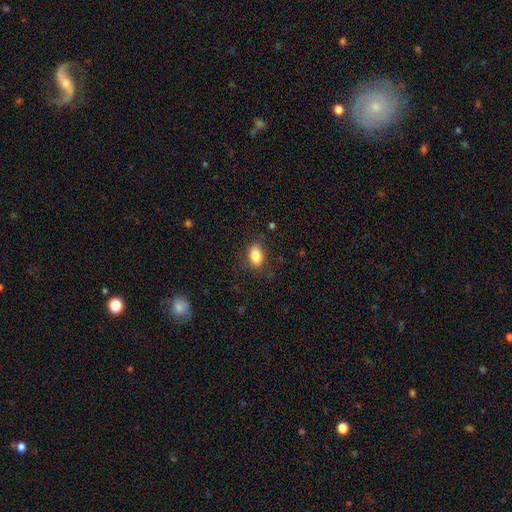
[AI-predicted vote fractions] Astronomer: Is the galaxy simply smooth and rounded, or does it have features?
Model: smooth — 86%.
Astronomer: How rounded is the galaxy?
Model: in between — 87%.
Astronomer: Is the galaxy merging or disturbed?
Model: none — 82%.